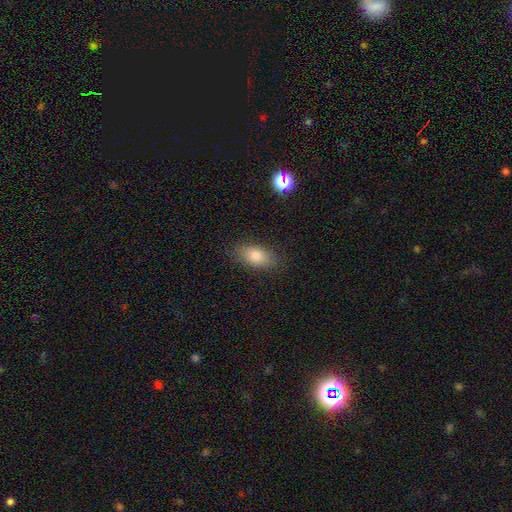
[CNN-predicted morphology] smooth-or-featured: smooth: 81% | featured or disk: 10% | star or artifact: 9%
  how-rounded: in between: 87% | cigar-shaped: 7% | round: 5%
  merging: none: 84% | minor disturbance: 11% | major disturbance: 3% | merger: 1%